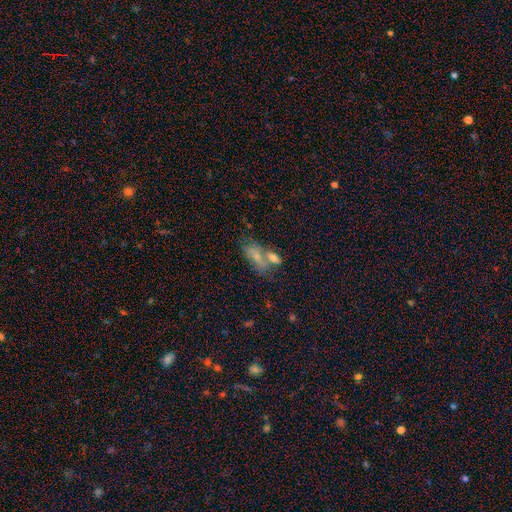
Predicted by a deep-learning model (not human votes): Smooth or featured?
  - smooth: 68% *
  - featured or disk: 23%
  - star or artifact: 10%
How rounded?
  - in between: 74% *
  - cigar-shaped: 21%
  - round: 5%
Merging?
  - merger: 46% *
  - none: 33%
  - minor disturbance: 13%
  - major disturbance: 7%